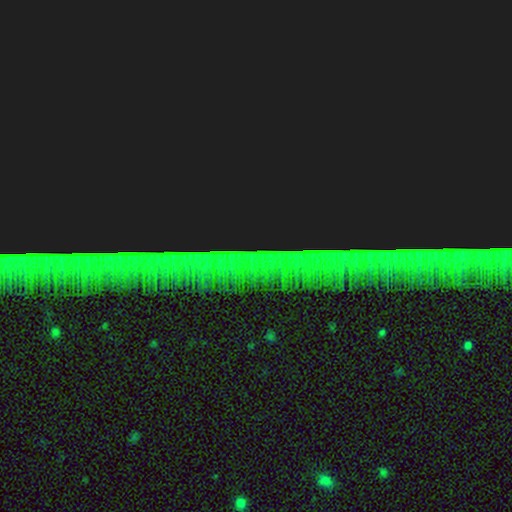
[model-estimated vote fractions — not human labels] Smooth or featured: star or artifact — 85% (featured or disk — 8%)